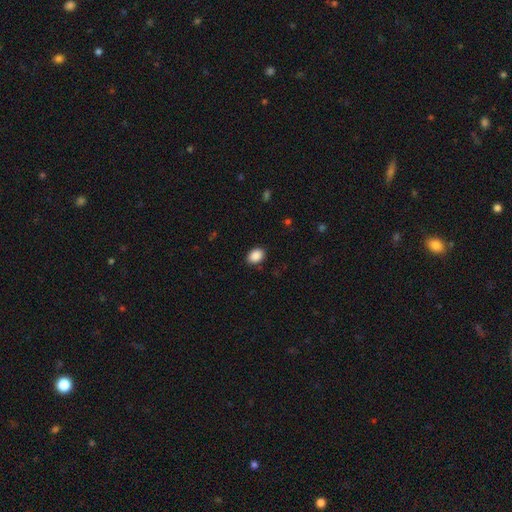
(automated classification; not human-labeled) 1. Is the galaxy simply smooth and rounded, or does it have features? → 89% smooth, 8% star or artifact, 3% featured or disk.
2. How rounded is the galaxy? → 67% in between, 32% round, 1% cigar-shaped.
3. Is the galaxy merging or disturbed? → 89% none, 8% minor disturbance, 2% major disturbance, 1% merger.